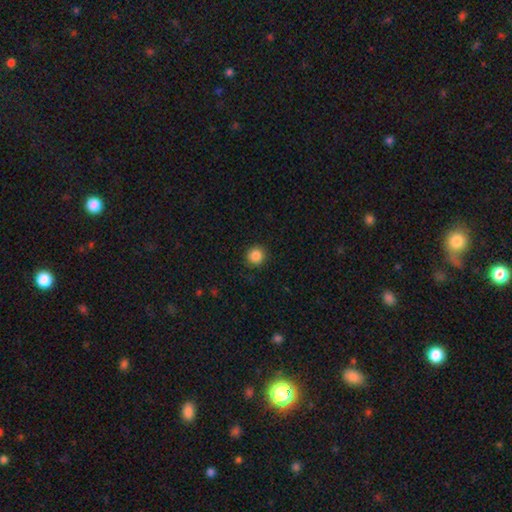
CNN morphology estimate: This is clearly a smooth galaxy (87%). How rounded: clearly round (93%). Merging: clearly none (90%).